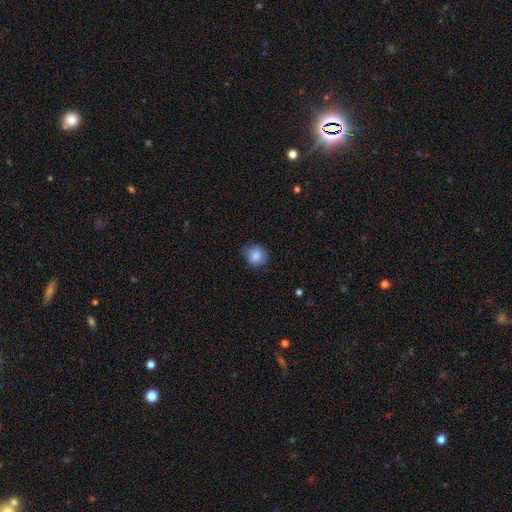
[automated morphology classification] Smooth or featured?
  - smooth: 81% *
  - featured or disk: 10%
  - star or artifact: 9%
How rounded?
  - round: 75% *
  - in between: 24%
  - cigar-shaped: 1%
Merging?
  - none: 65% *
  - minor disturbance: 27%
  - major disturbance: 7%
  - merger: 1%